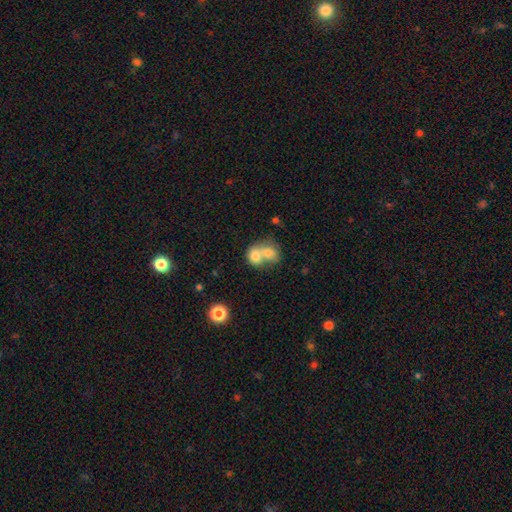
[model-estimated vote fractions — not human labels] Smooth or featured?
  - smooth: 73% *
  - featured or disk: 19%
  - star or artifact: 8%
How rounded?
  - round: 52% *
  - in between: 47%
  - cigar-shaped: 1%
Merging?
  - merger: 76% *
  - none: 16%
  - minor disturbance: 5%
  - major disturbance: 3%